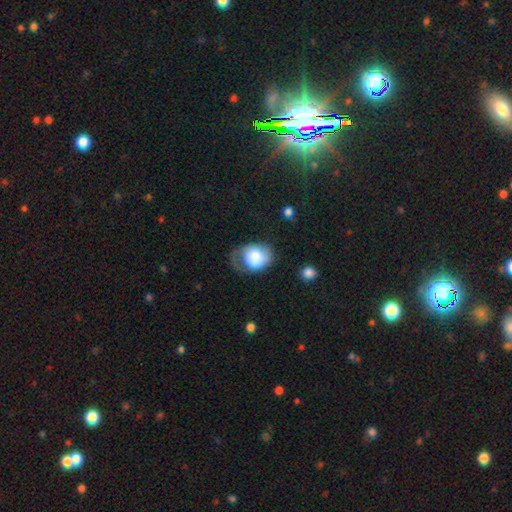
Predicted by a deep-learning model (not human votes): Q: Smooth or featured?
A: smooth (70%); runner-up: featured or disk (23%)
Q: How rounded?
A: in between (50%); runner-up: round (49%)
Q: Merging?
A: major disturbance (38%); runner-up: minor disturbance (32%)